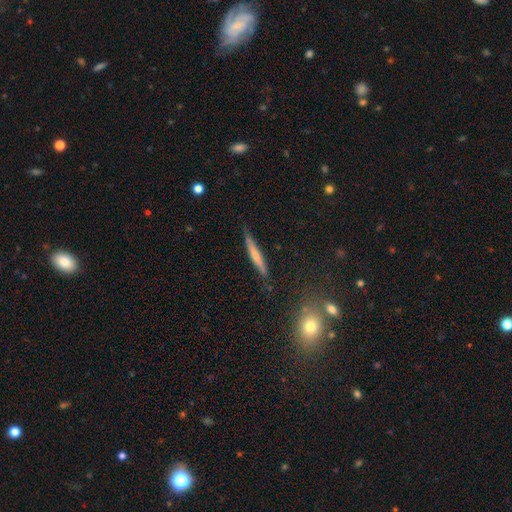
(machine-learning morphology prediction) Overall: smooth (57%; featured or disk 36%). How rounded: cigar-shaped (94%). Merging: none (82%).